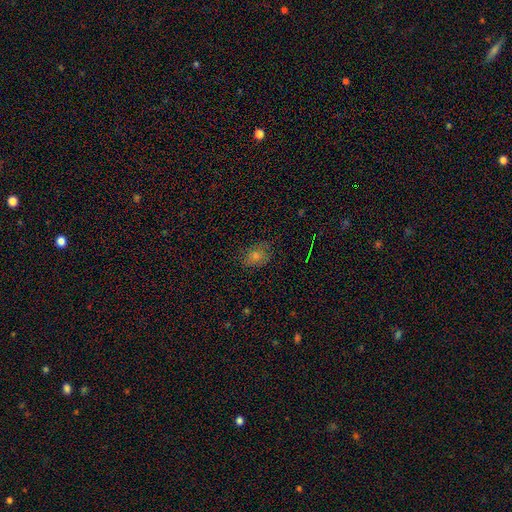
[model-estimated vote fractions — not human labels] Smooth or featured? Predicted: smooth (p=0.60). How rounded? Predicted: in between (p=0.50). Merging? Predicted: none (p=0.77).